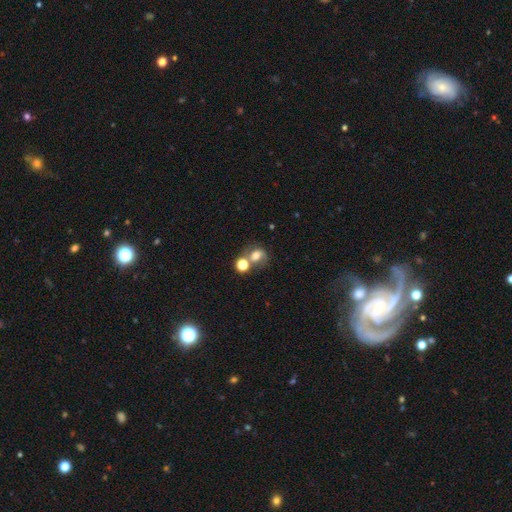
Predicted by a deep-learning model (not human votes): Smooth or featured: smooth — 50% (featured or disk — 36%)
Merging: none — 40% (merger — 37%)